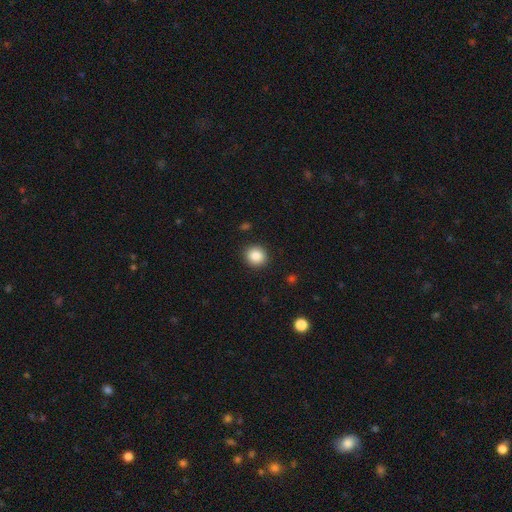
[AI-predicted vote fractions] This appears to be a smooth galaxy with no disk features (86%) that is round (89%). Merging: none (91%).